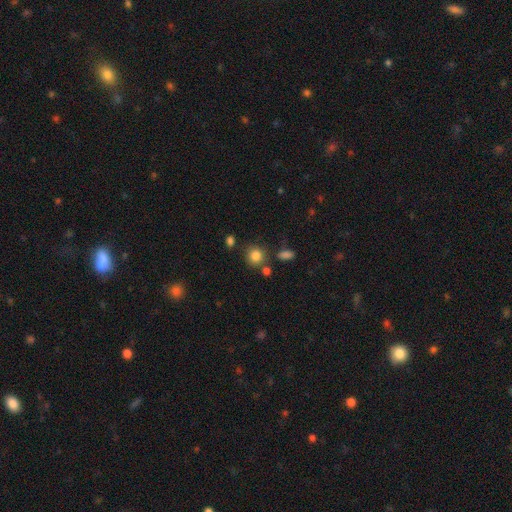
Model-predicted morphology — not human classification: The model was most divided on "merging": none: 76%, minor disturbance: 11%, merger: 9%, major disturbance: 4%. More confident: how rounded — round (85%); smooth or featured — smooth (84%).